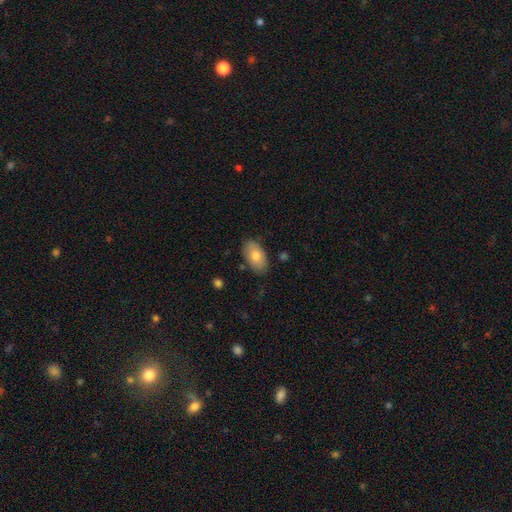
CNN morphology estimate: smooth 78%, featured or disk 16%, star or artifact 6%. Down the decision tree: how rounded — in between (94%); merging — none (81%).